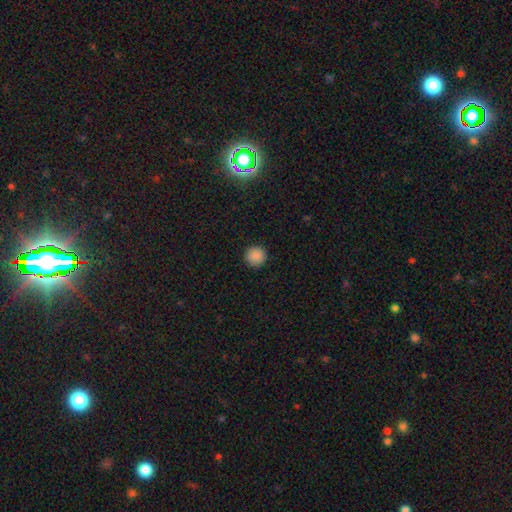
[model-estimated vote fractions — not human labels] Morphology: type=smooth (87%); roundness=round (95%); merging=none (92%).